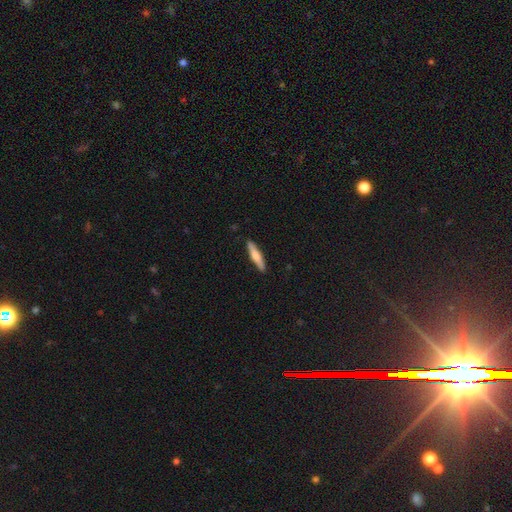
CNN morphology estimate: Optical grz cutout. It shows a smooth galaxy with no disk features (58%) that is cigar-shaped (87%). Merging: none (90%).